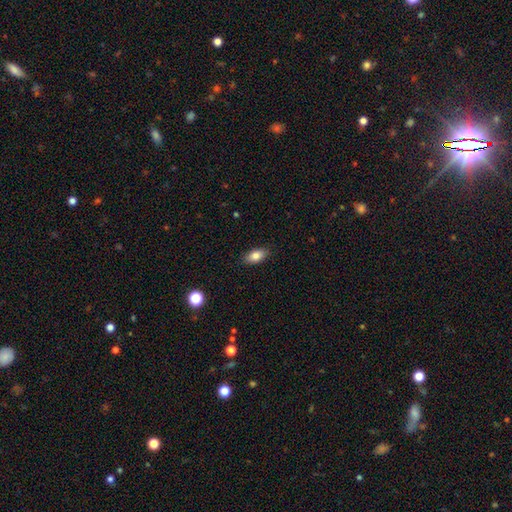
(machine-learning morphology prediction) Q: Smooth or featured?
A: smooth (82%); runner-up: featured or disk (10%)
Q: How rounded?
A: in between (89%); runner-up: cigar-shaped (6%)
Q: Merging?
A: none (87%); runner-up: minor disturbance (10%)